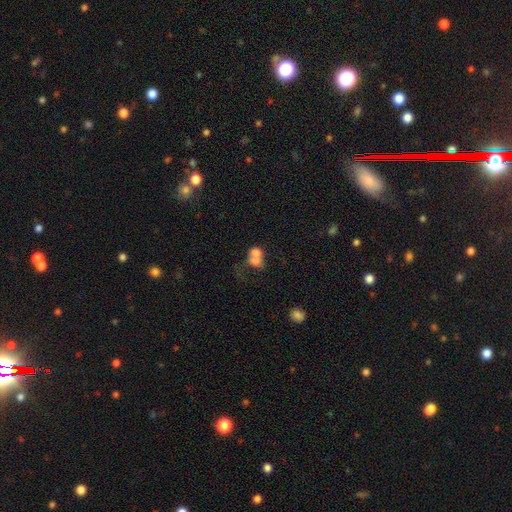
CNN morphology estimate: This appears to be a smooth galaxy with no disk features (68%) that is round (50%). Merging: merger (63%).